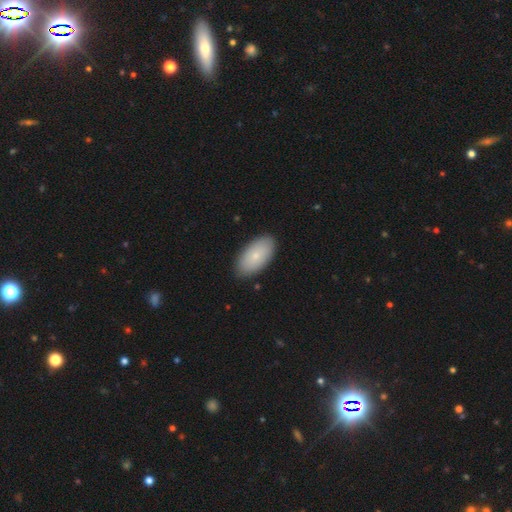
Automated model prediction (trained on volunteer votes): A smooth galaxy with no disk features (78%) that is in between round and cigar-shaped (95%). Merging: none (88%).